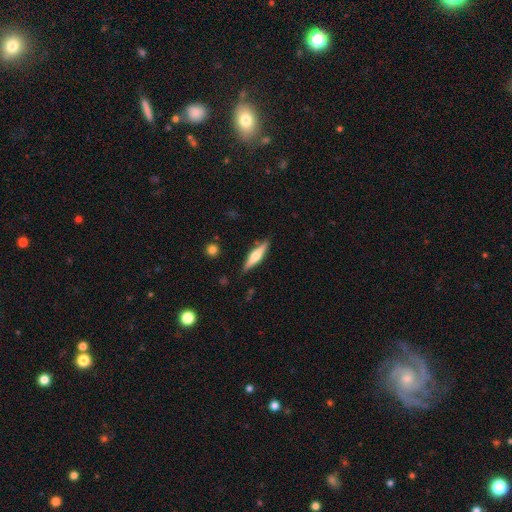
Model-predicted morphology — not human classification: This is possibly a featured or disk galaxy (52%). It is clearly viewed edge-on (95%). Merging: clearly none (86%).